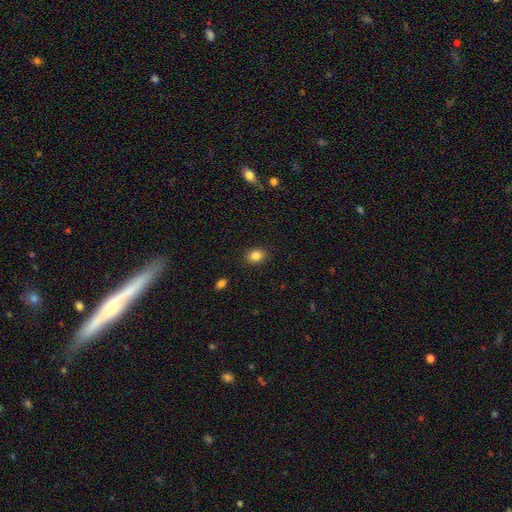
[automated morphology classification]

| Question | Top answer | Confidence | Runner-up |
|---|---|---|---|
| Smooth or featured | smooth | 85% | star or artifact (10%) |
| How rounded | in between | 60% | round (39%) |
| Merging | none | 88% | minor disturbance (9%) |